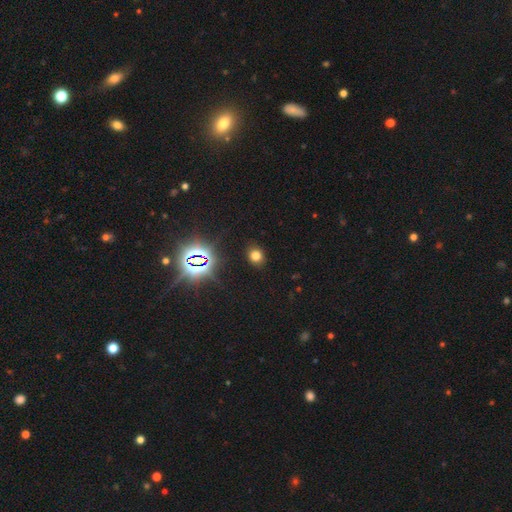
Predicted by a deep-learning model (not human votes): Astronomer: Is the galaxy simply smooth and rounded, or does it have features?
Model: smooth — 69%.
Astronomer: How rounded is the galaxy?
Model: round — 66%.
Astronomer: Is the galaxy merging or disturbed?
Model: none — 87%.